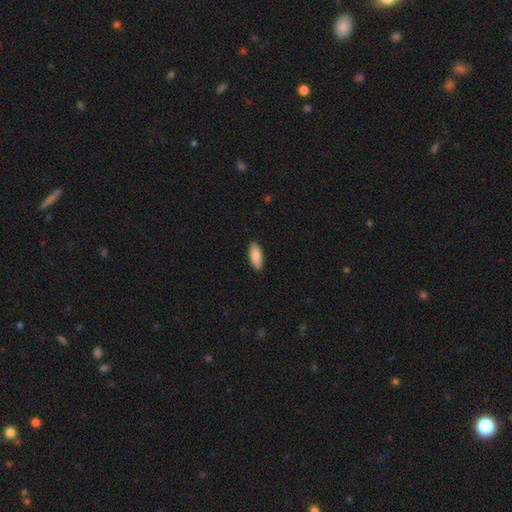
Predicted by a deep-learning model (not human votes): Morphology: type=smooth (87%); roundness=in between (83%); merging=none (89%).